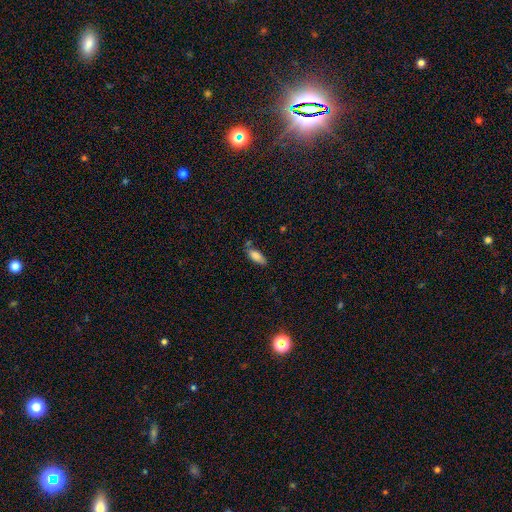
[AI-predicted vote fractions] smooth-or-featured: smooth: 83% | featured or disk: 10% | star or artifact: 7%
  how-rounded: in between: 72% | cigar-shaped: 26% | round: 2%
  merging: none: 65% | minor disturbance: 21% | merger: 10% | major disturbance: 5%